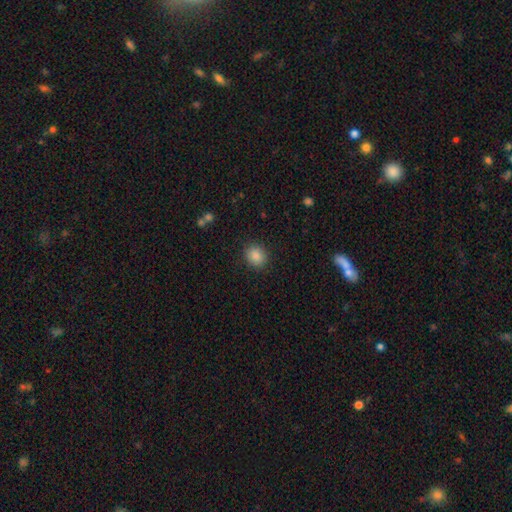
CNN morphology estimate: Overall: smooth (87%). How rounded: round (64%; in between 35%). Merging: none (88%).